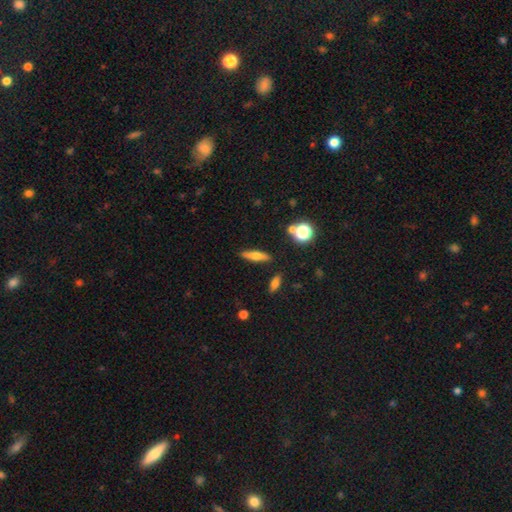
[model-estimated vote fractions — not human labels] Overall: smooth (54%; featured or disk 37%). How rounded: cigar-shaped (67%; in between 28%). Merging: none (85%).